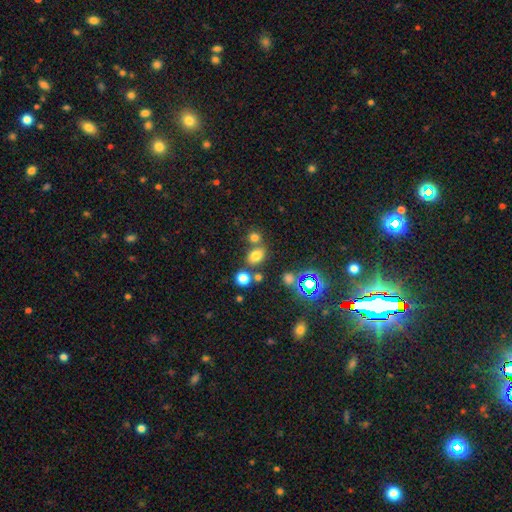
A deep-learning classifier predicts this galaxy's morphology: Smooth or featured: smooth — 70% (star or artifact — 21%)
How rounded: in between — 61% (round — 38%)
Merging: none — 61% (merger — 24%)